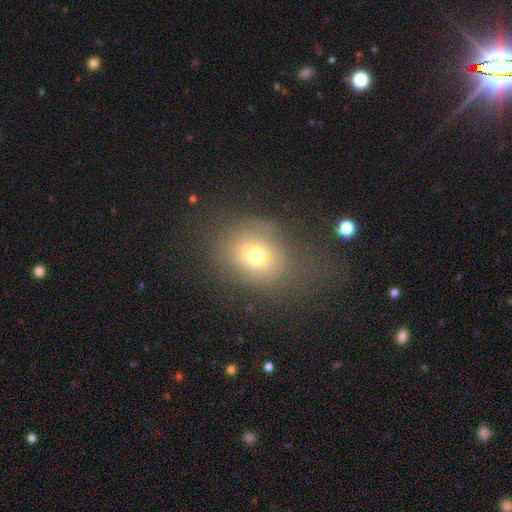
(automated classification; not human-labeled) Morphology: type=smooth (69%); roundness=round (53%); merging=none (54%).